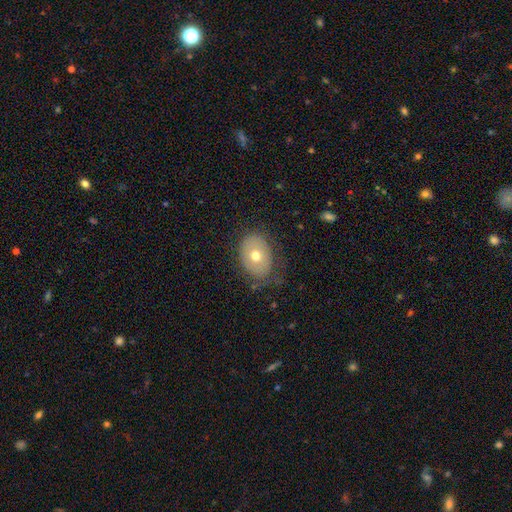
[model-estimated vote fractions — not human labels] Overall: smooth (62%; featured or disk 29%). How rounded: in between (63%; round 36%). Merging: none (64%).